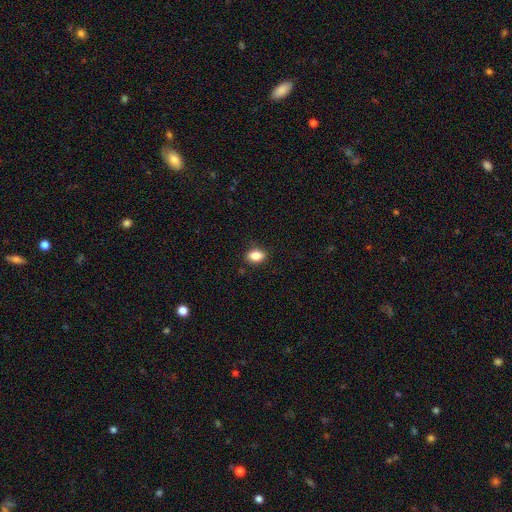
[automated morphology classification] Smooth or featured? Predicted: smooth (p=0.85). How rounded? Predicted: in between (p=0.82). Merging? Predicted: none (p=0.86).